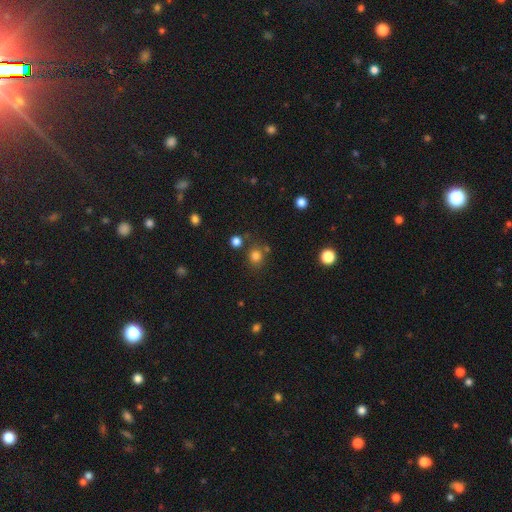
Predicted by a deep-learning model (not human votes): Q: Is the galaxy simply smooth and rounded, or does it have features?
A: smooth — 78%.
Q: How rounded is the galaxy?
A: round — 83%.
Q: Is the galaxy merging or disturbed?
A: none — 74%.